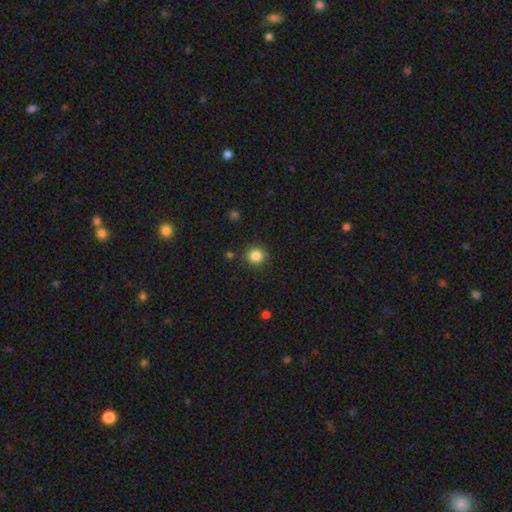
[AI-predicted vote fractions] Smooth or featured: smooth — 85% (star or artifact — 11%)
How rounded: round — 93% (in between — 6%)
Merging: none — 89% (minor disturbance — 7%)